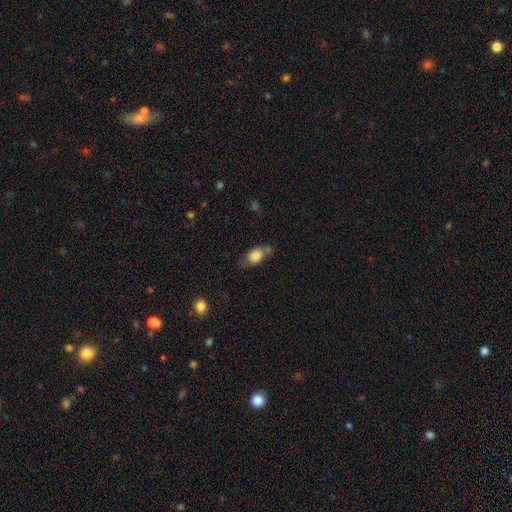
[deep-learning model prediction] Smooth or featured? smooth (81%)
How rounded? in between (76%)
Merging? none (47%)